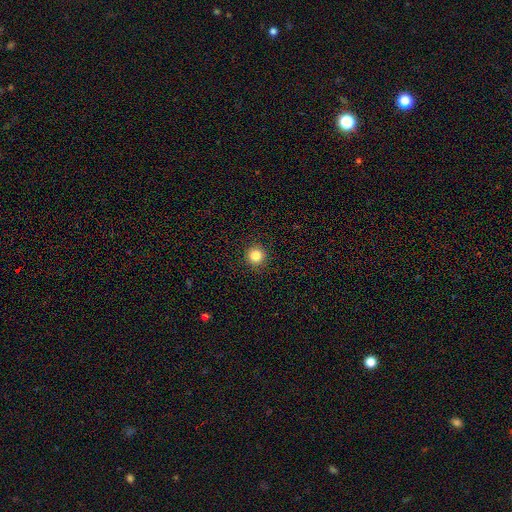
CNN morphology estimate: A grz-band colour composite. It shows a smooth galaxy with no disk features (83%) that is round (95%). Merging: none (93%).